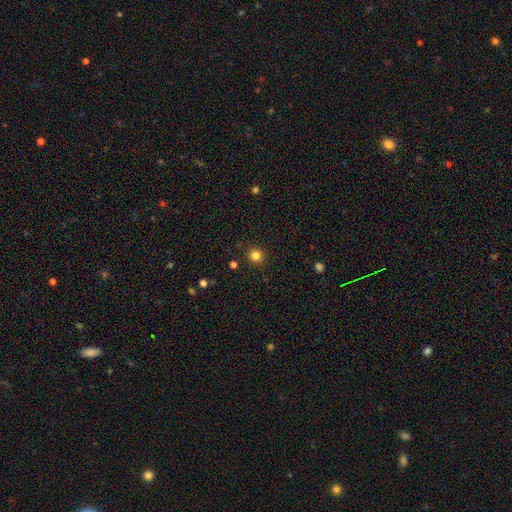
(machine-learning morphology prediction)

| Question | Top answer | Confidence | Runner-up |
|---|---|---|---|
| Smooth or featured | smooth | 83% | star or artifact (13%) |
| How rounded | round | 94% | in between (5%) |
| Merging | none | 91% | minor disturbance (5%) |